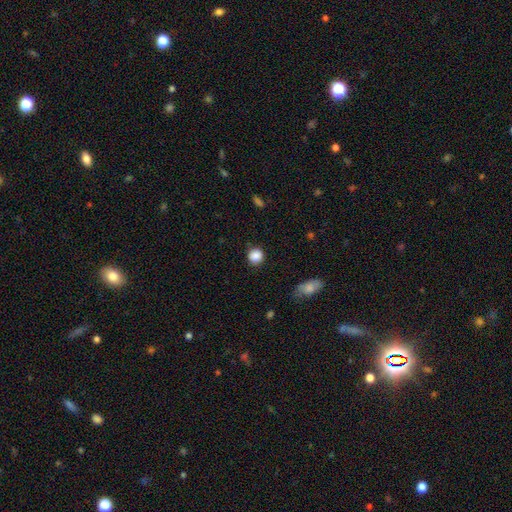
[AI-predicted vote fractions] This appears to be a smooth galaxy with no disk features (87%) that is round (90%). Merging: none (85%).